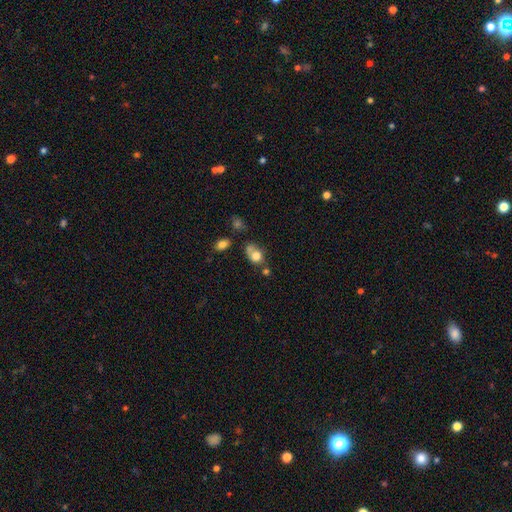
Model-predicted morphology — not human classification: Smooth or featured: smooth — 76% (featured or disk — 13%)
How rounded: in between — 55% (round — 43%)
Merging: none — 36% (merger — 27%)